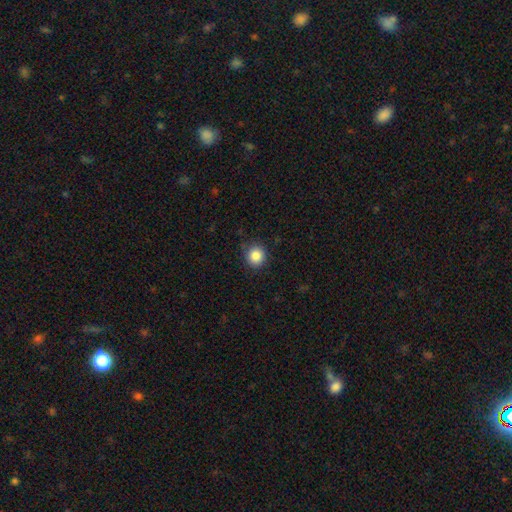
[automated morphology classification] Smooth or featured? smooth (86%)
How rounded? round (89%)
Merging? none (86%)